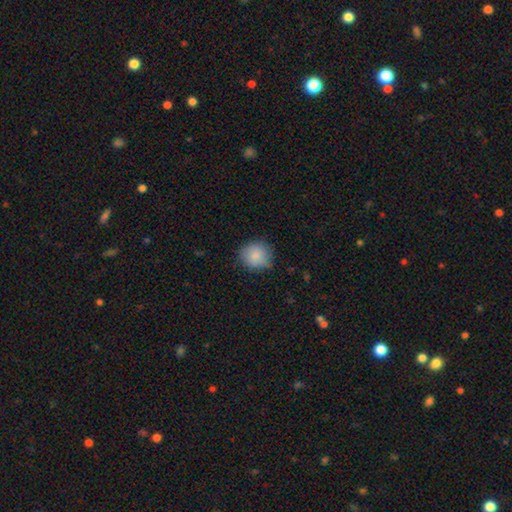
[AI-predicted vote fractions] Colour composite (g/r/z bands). It shows a smooth galaxy with no disk features (87%) that is round (86%). Merging: none (76%).